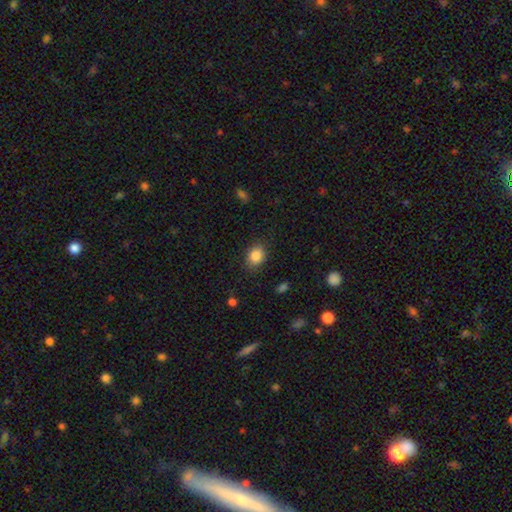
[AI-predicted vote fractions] Smooth or featured? Predicted: smooth (p=0.86). How rounded? Predicted: in between (p=0.61). Merging? Predicted: none (p=0.83).